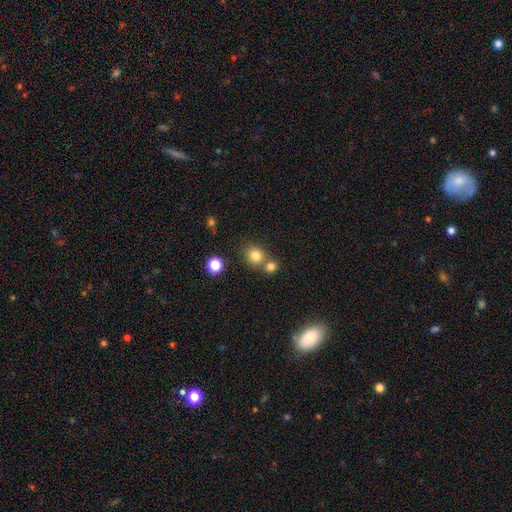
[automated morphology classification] smooth-or-featured: smooth: 80% | star or artifact: 13% | featured or disk: 7%
  how-rounded: round: 83% | in between: 16% | cigar-shaped: 1%
  merging: none: 60% | merger: 29% | minor disturbance: 8% | major disturbance: 3%